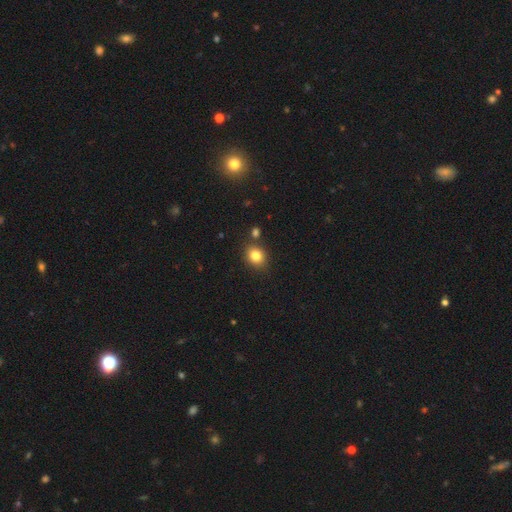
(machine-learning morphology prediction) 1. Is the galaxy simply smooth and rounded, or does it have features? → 82% smooth, 11% star or artifact, 7% featured or disk.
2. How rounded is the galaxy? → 66% round, 33% in between, 1% cigar-shaped.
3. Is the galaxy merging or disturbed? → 79% none, 10% minor disturbance, 8% merger, 3% major disturbance.